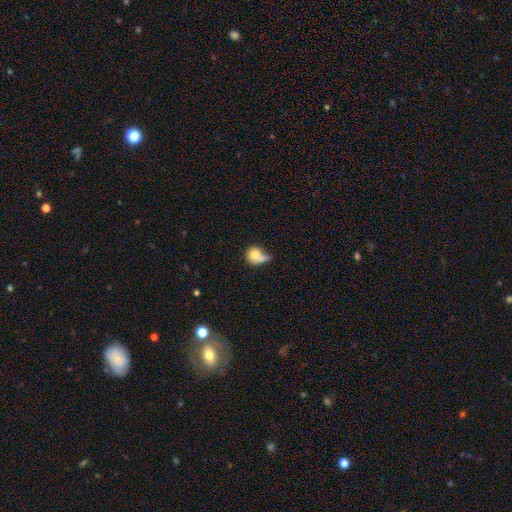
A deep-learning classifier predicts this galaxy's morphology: Smooth or featured? smooth (71%)
How rounded? round (63%)
Merging? merger (28%)